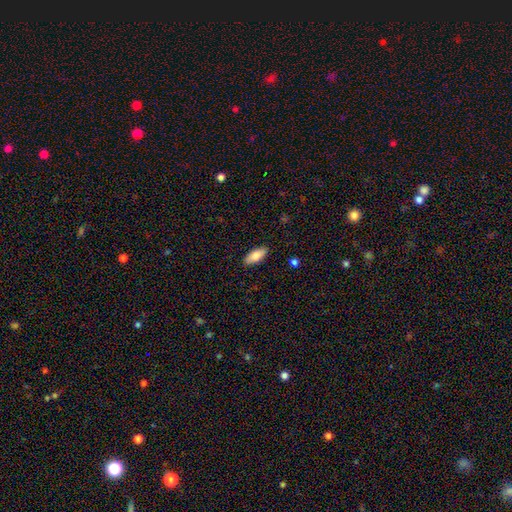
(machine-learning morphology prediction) This is clearly a smooth galaxy (82%). How rounded: clearly in between (84%). Merging: clearly none (88%).